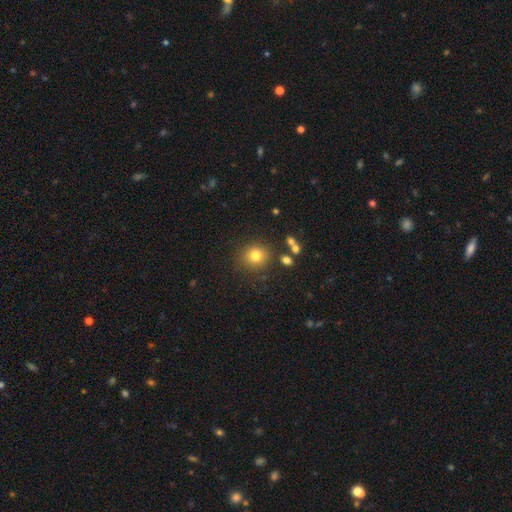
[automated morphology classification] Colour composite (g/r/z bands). It shows a smooth galaxy with no disk features (78%) that is round (84%). Merging: none (84%).